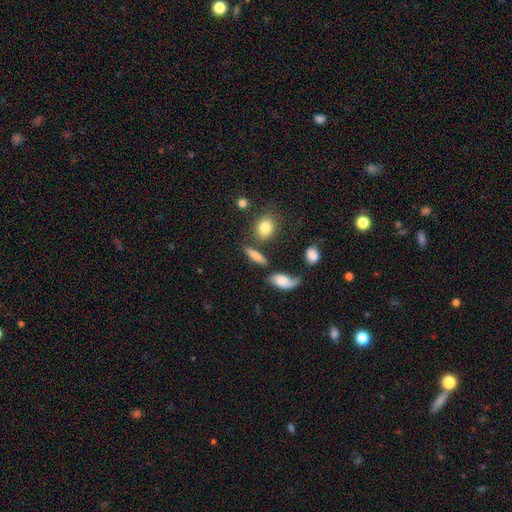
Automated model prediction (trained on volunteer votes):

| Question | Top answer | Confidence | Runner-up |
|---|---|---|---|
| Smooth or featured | smooth | 68% | featured or disk (23%) |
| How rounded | cigar-shaped | 52% | in between (38%) |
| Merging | none | 69% | minor disturbance (15%) |